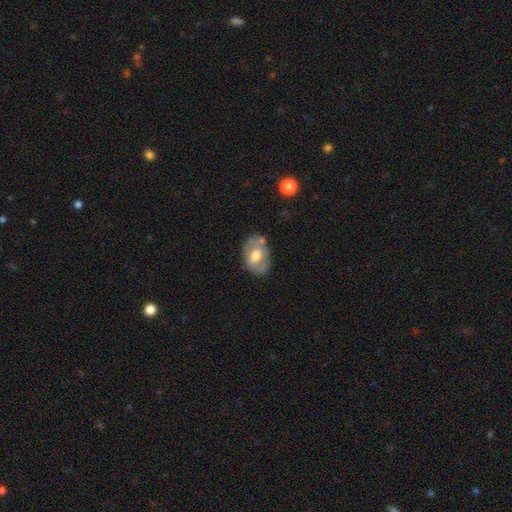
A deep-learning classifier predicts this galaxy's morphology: Smooth or featured? smooth (50%)
How rounded? in between (81%)
Merging? none (65%)